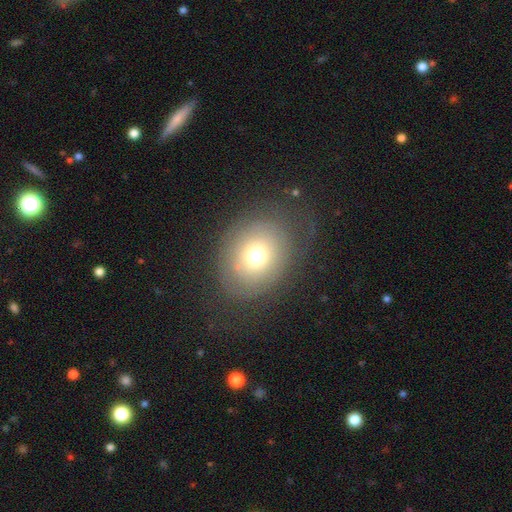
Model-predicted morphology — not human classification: This appears to be a smooth galaxy with no disk features (64%) that is round (61%). Merging: none (67%).